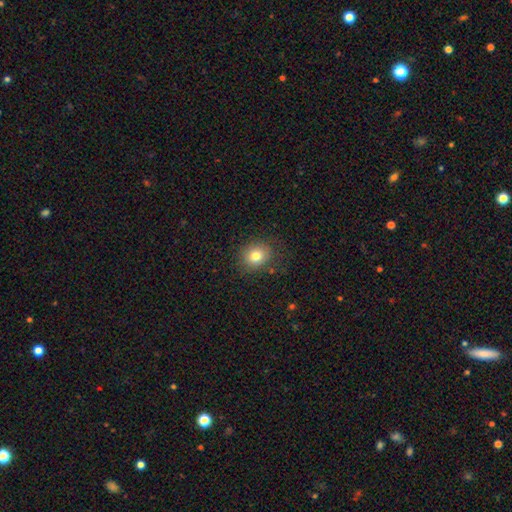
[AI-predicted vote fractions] The model was most divided on "how rounded": round: 70%, in between: 29%, cigar-shaped: 1%. More confident: merging — none (83%); smooth or featured — smooth (78%).